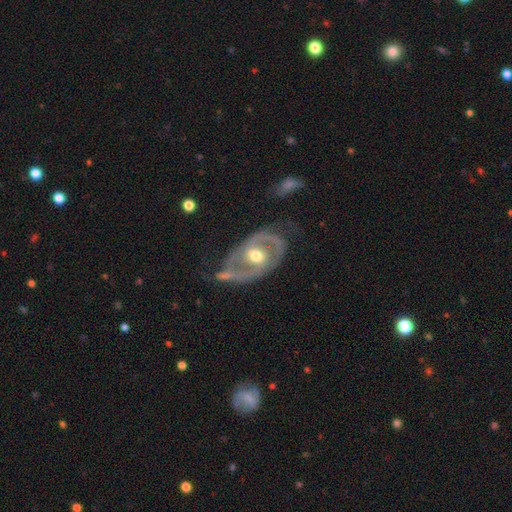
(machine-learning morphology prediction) A featured or disk galaxy (81%) with no bar (52%), 2 (74%) medium (42%) spiral arms (74%) and a moderate central bulge (76%).

Vote fractions:
- Smooth or featured? featured or disk: 81% / smooth: 14% / star or artifact: 5%
- Edge-on disk? no: 95% / yes: 5%
- Bar? no: 52% / weak: 35% / strong: 14%
- Spiral arms? yes: 74% / no: 26%
- Spiral winding? medium: 42% / tight: 35% / loose: 23%
- Spiral arm count? 2: 74% / can't tell: 12% / 1: 8% / 3: 3% / 4: 2% / more than 4: 2%
- Bulge size? moderate: 76% / small: 15% / large: 6% / none: 1% / dominant: 1%
- Merging? none: 54% / minor disturbance: 24% / major disturbance: 17% / merger: 5%